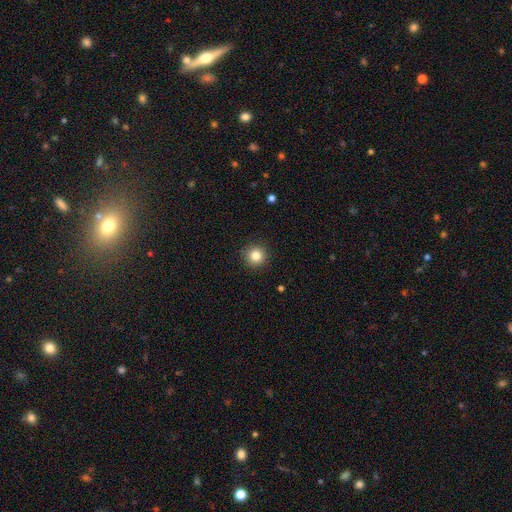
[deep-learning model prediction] Smooth or featured? Predicted: smooth (p=0.83). How rounded? Predicted: round (p=0.95). Merging? Predicted: none (p=0.91).